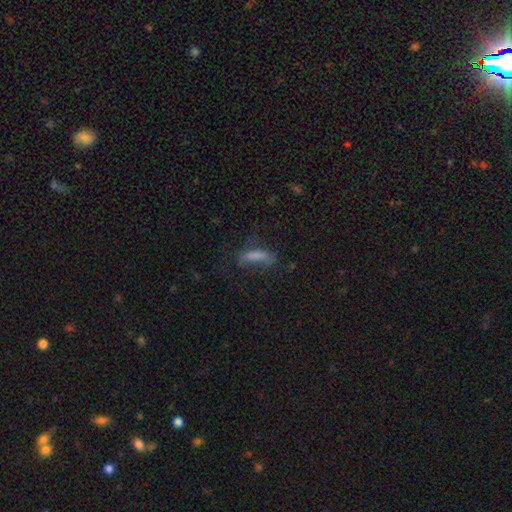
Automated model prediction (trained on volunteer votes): Smooth or featured: smooth — 64% (featured or disk — 22%)
How rounded: cigar-shaped — 54% (in between — 43%)
Merging: none — 44% (minor disturbance — 27%)